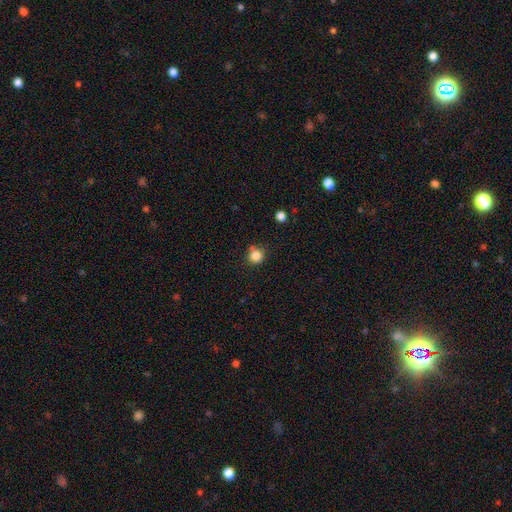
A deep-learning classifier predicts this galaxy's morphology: Overall: smooth (84%). How rounded: round (91%). Merging: none (76%).